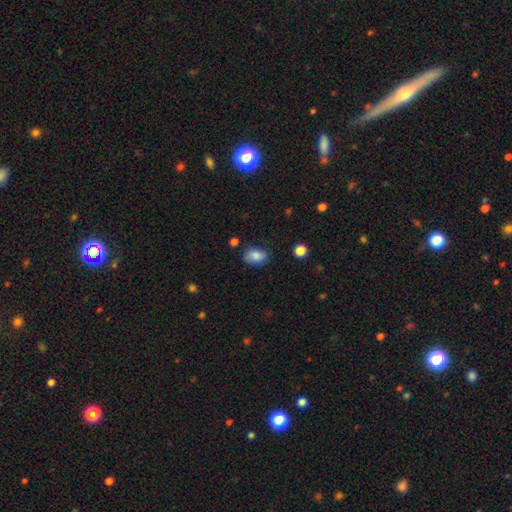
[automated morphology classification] A smooth galaxy with no disk features (84%) that is in between round and cigar-shaped (77%). Merging: none (72%).